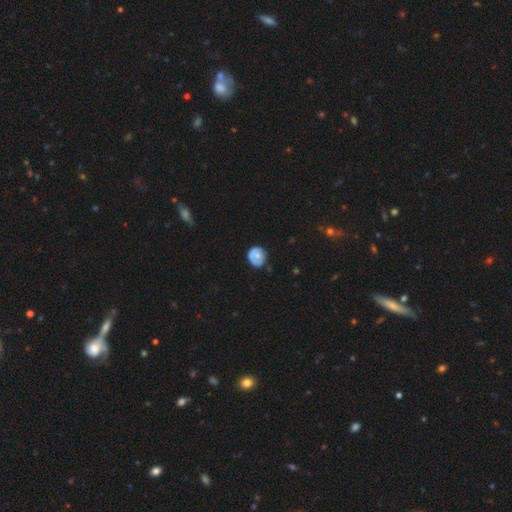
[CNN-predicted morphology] Q: Smooth or featured?
A: smooth (59%); runner-up: featured or disk (34%)
Q: How rounded?
A: round (80%); runner-up: in between (19%)
Q: Merging?
A: none (65%); runner-up: minor disturbance (26%)